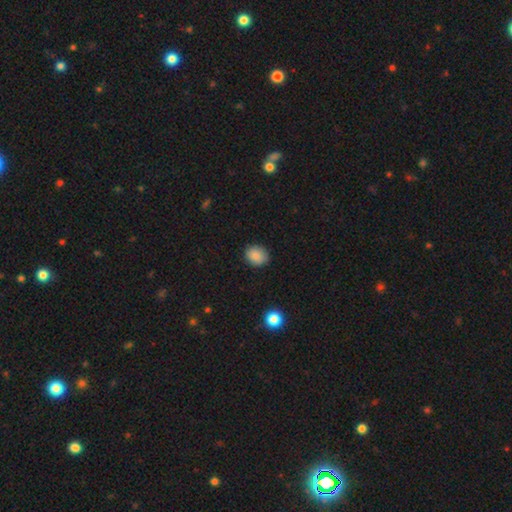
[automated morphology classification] smooth-or-featured: smooth: 86% | star or artifact: 9% | featured or disk: 5%
  how-rounded: round: 57% | in between: 42% | cigar-shaped: 1%
  merging: none: 85% | minor disturbance: 11% | major disturbance: 2% | merger: 1%